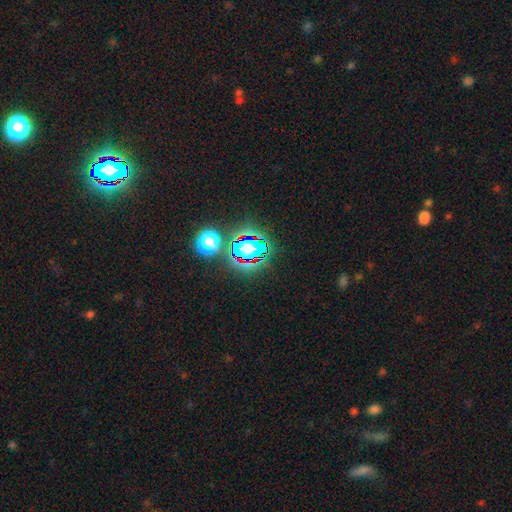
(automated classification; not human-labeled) Morphology: type=star or artifact (81%).